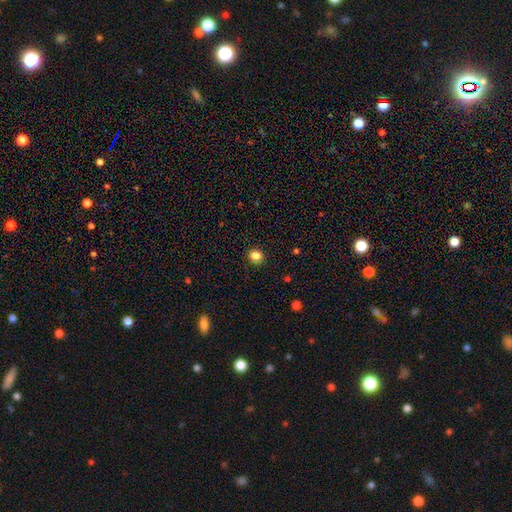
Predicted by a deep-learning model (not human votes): Smooth or featured: smooth — 84% (star or artifact — 12%)
How rounded: round — 81% (in between — 18%)
Merging: none — 91% (minor disturbance — 6%)